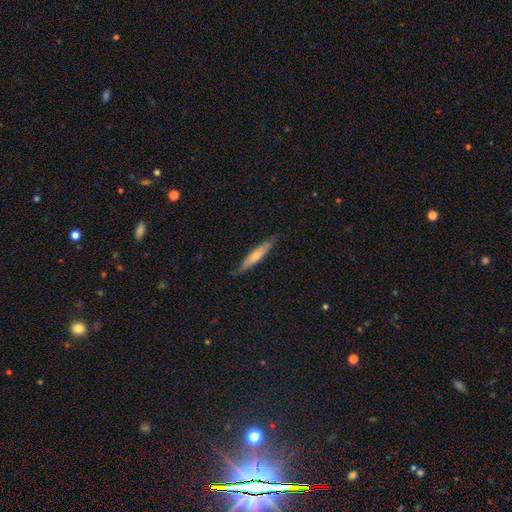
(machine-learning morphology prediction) This appears to be a smooth galaxy with no disk features (57%) that is cigar-shaped (89%). Merging: none (85%).